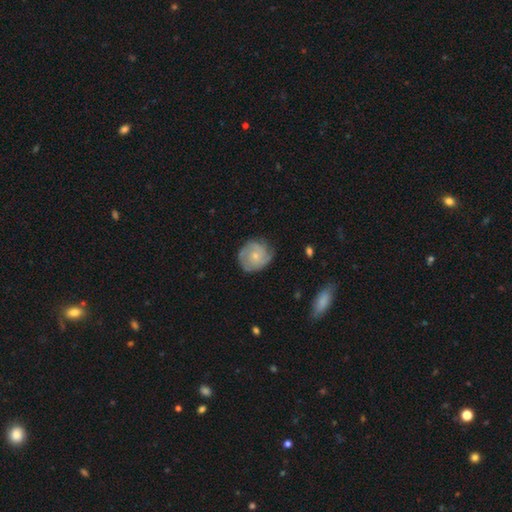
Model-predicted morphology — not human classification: smooth_or_featured: featured or disk (p=0.66) [alt: smooth p=0.29]
disk_edge_on: no (p=0.98) [alt: yes p=0.02]
bar: no (p=0.79) [alt: weak p=0.19]
has_spiral_arms: yes (p=0.89) [alt: no p=0.11]
spiral_winding: tight (p=0.58) [alt: medium p=0.33]
spiral_arm_count: 2 (p=0.31) [alt: can't tell p=0.30]
bulge_size: small (p=0.69) [alt: moderate p=0.26]
merging: none (p=0.69) [alt: minor disturbance p=0.23]